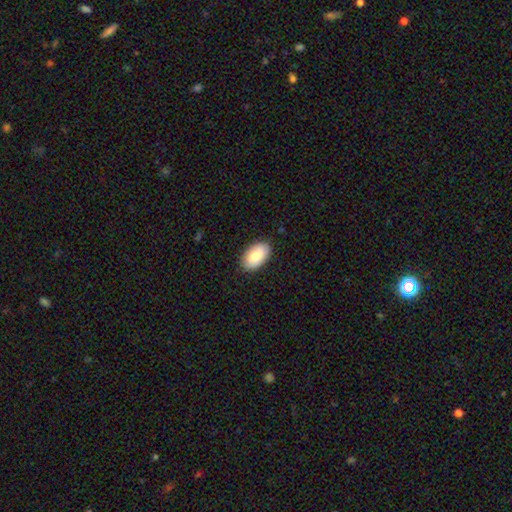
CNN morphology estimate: Overall: smooth (82%). How rounded: in between (95%). Merging: none (86%).